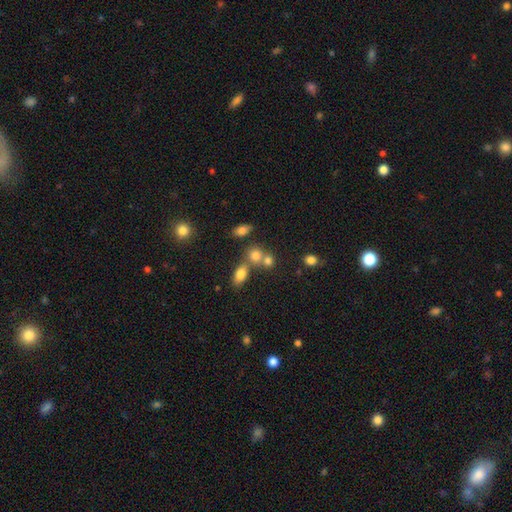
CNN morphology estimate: A smooth galaxy with no disk features (76%) that is round (66%).

Vote fractions:
- Smooth or featured? smooth: 76% / star or artifact: 14% / featured or disk: 10%
- How rounded? round: 66% / in between: 32% / cigar-shaped: 2%
- Merging? none: 45% / merger: 41% / minor disturbance: 9% / major disturbance: 5%